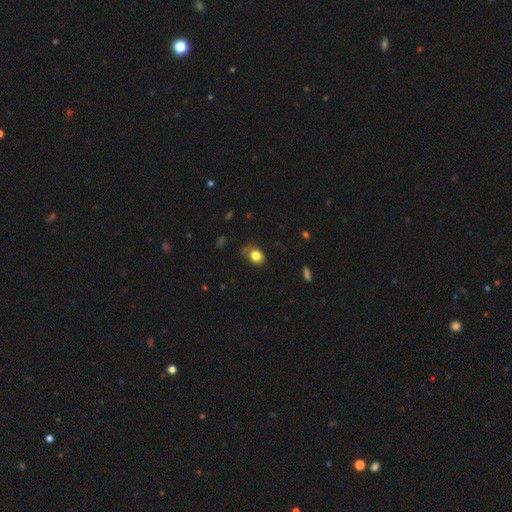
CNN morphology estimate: type=smooth (82%); roundness=round (54%); merging=none (57%).